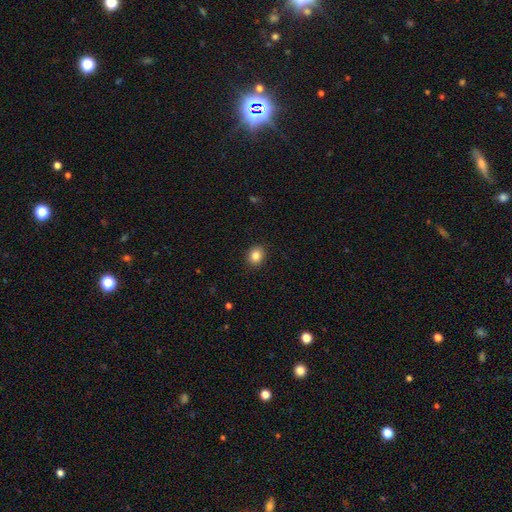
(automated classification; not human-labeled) Q: Smooth or featured?
A: smooth (85%); runner-up: star or artifact (10%)
Q: How rounded?
A: round (61%); runner-up: in between (38%)
Q: Merging?
A: none (90%); runner-up: minor disturbance (7%)